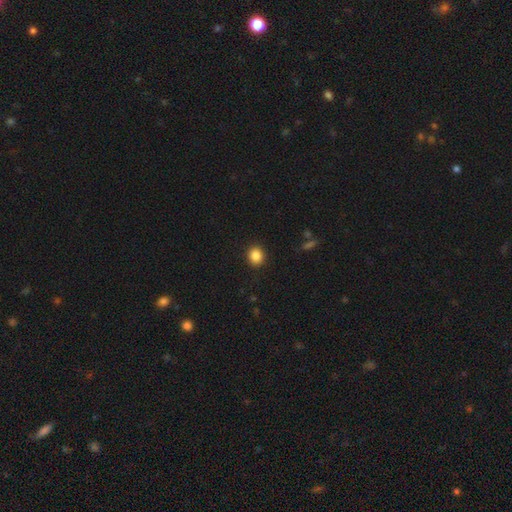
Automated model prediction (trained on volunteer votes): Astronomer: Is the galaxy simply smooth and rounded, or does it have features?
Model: smooth — 86%.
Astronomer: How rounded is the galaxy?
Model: round — 76%.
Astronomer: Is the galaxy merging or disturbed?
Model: none — 91%.